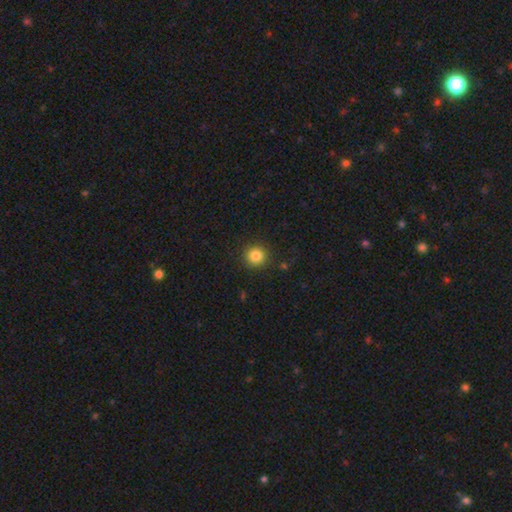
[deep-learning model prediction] Smooth or featured?
  - smooth: 84% *
  - star or artifact: 11%
  - featured or disk: 5%
How rounded?
  - round: 93% *
  - in between: 6%
  - cigar-shaped: 1%
Merging?
  - none: 90% *
  - minor disturbance: 6%
  - major disturbance: 2%
  - merger: 1%